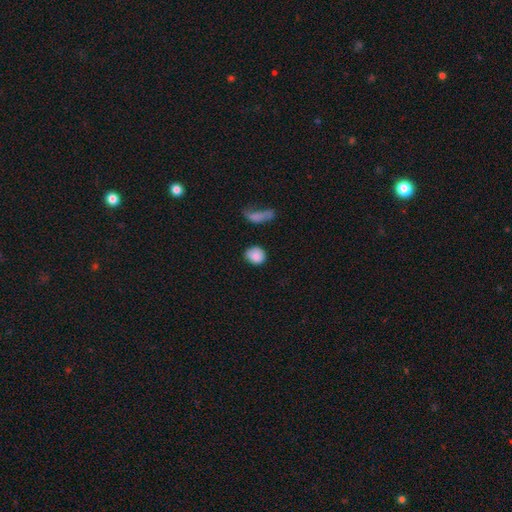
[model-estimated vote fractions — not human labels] Smooth or featured? smooth (86%)
How rounded? round (71%)
Merging? none (74%)